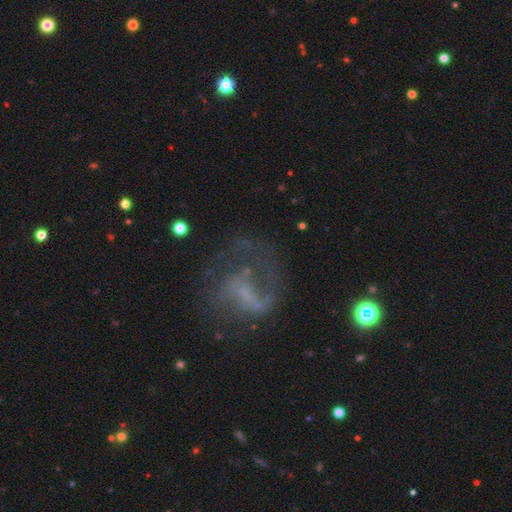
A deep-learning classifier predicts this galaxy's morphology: Smooth or featured: featured or disk — 67% (star or artifact — 21%)
Edge-on disk: no — 96% (yes — 4%)
Bar: weak — 44% (no — 31%)
Spiral arms: yes — 80% (no — 20%)
Spiral winding: medium — 42% (loose — 38%)
Spiral arm count: 2 — 54% (can't tell — 19%)
Bulge size: none — 46% (small — 38%)
Merging: none — 56% (major disturbance — 24%)